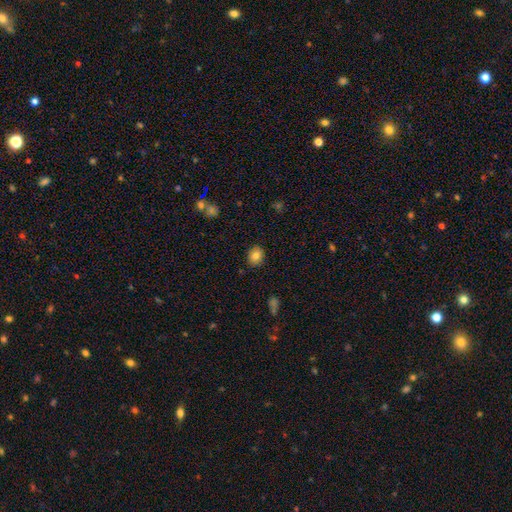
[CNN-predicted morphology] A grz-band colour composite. It shows a smooth galaxy with no disk features (82%) that is round (61%). Merging: none (89%).